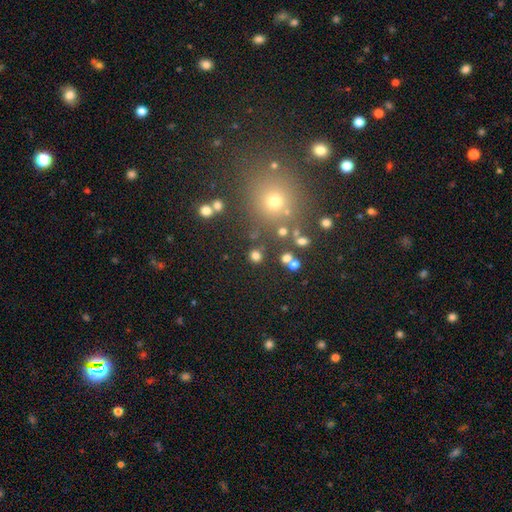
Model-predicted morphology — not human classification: A smooth galaxy with no disk features (75%) that is round (91%).

Vote fractions:
- Smooth or featured? smooth: 75% / star or artifact: 19% / featured or disk: 7%
- How rounded? round: 91% / in between: 8% / cigar-shaped: 1%
- Merging? none: 82% / minor disturbance: 7% / merger: 7% / major disturbance: 4%